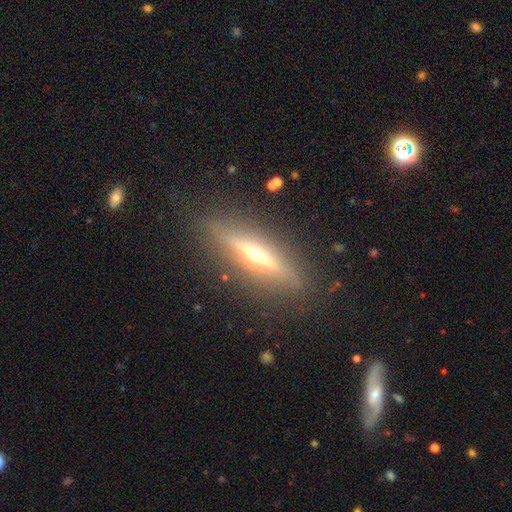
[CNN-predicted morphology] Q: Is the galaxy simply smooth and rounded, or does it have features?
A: featured or disk — 73%.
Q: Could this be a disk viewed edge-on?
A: yes — 94%.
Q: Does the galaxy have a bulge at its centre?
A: rounded — 90%.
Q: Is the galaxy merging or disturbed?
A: none — 86%.